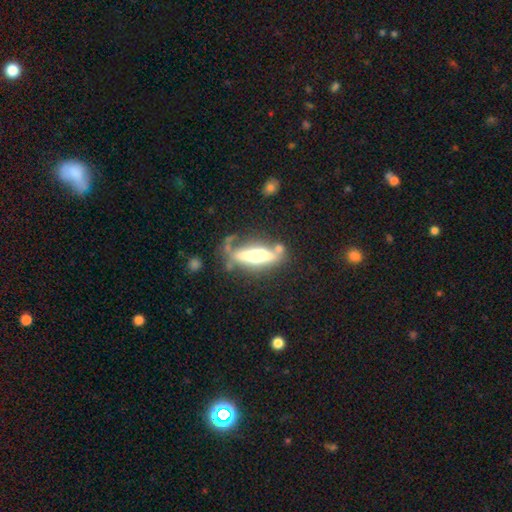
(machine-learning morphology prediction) Smooth or featured: featured or disk — 60% (smooth — 33%)
Edge-on disk: yes — 76% (no — 24%)
Merging: none — 50% (minor disturbance — 21%)